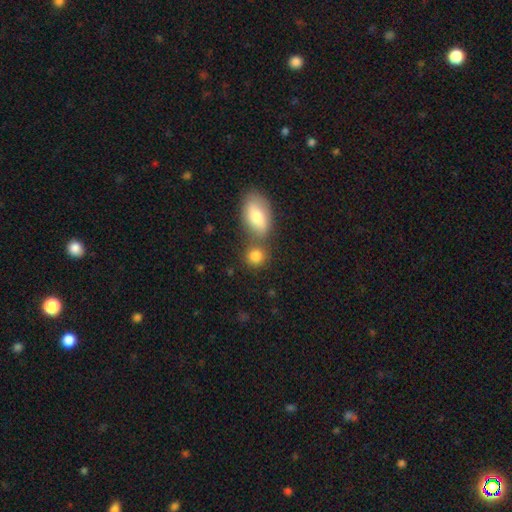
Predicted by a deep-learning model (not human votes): Smooth or featured? Predicted: smooth (p=0.83). How rounded? Predicted: round (p=0.71). Merging? Predicted: none (p=0.57).